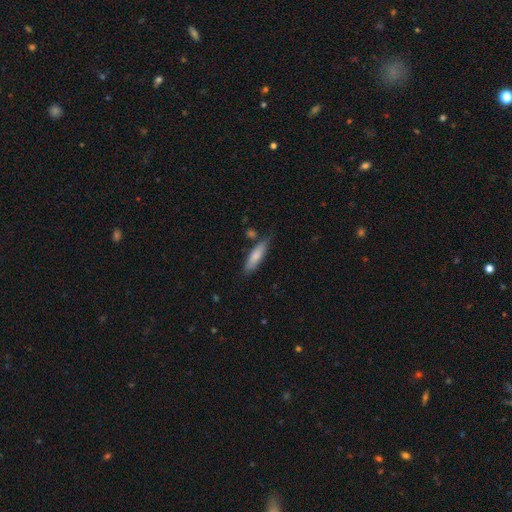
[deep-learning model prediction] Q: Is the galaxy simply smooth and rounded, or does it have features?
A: smooth — 75%.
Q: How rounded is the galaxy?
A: cigar-shaped — 67%.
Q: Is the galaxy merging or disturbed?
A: none — 75%.